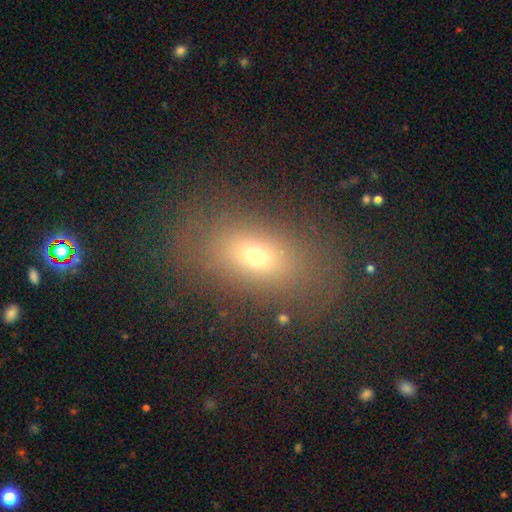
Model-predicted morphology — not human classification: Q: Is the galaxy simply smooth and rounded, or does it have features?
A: smooth — 64%.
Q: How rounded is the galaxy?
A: in between — 77%.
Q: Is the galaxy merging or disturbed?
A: none — 77%.